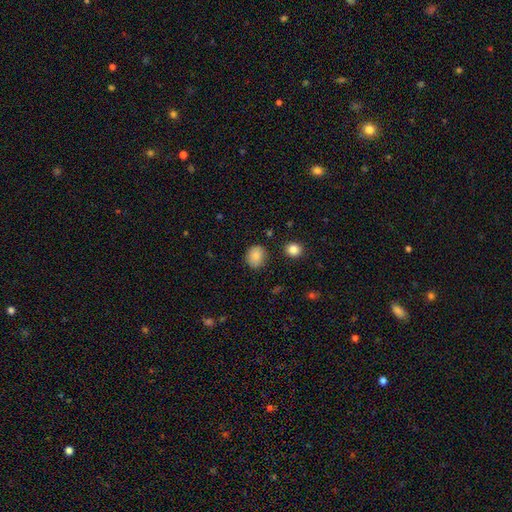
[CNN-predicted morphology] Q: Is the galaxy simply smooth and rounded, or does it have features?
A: smooth — 84%.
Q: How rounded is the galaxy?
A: round — 70%.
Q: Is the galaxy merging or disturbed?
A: none — 83%.